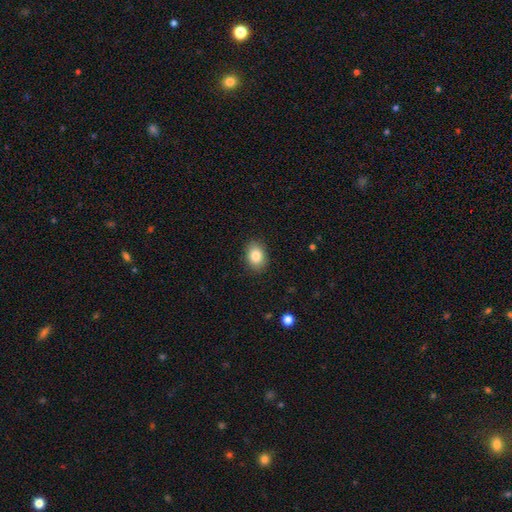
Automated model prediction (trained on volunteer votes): Morphology: type=smooth (84%); roundness=in between (71%); merging=none (88%).